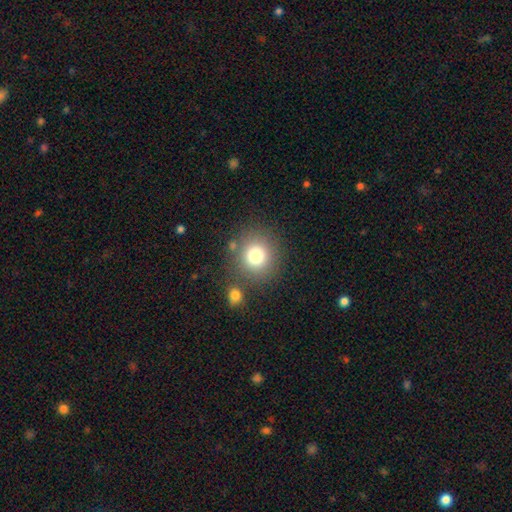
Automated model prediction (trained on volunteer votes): smooth_or_featured: smooth (p=0.78) [alt: star or artifact p=0.12]
how_rounded: round (p=0.90) [alt: in between p=0.09]
merging: none (p=0.77) [alt: merger p=0.10]